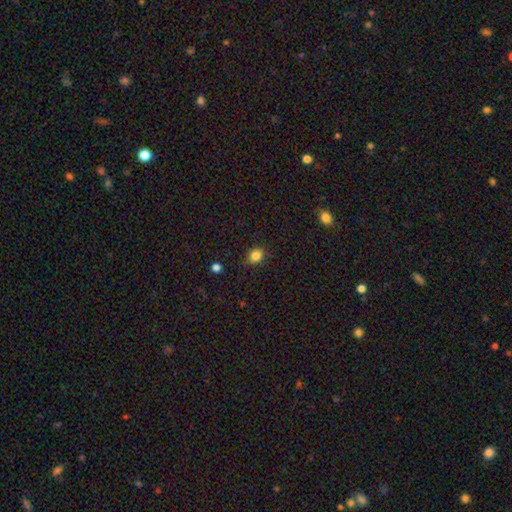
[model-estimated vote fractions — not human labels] Smooth or featured? smooth (83%)
How rounded? round (67%)
Merging? none (82%)